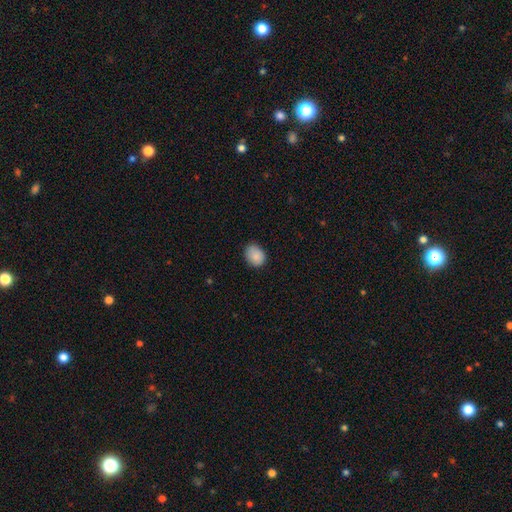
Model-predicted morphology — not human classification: A smooth galaxy with no disk features (88%) that is round (50%). Merging: none (81%).